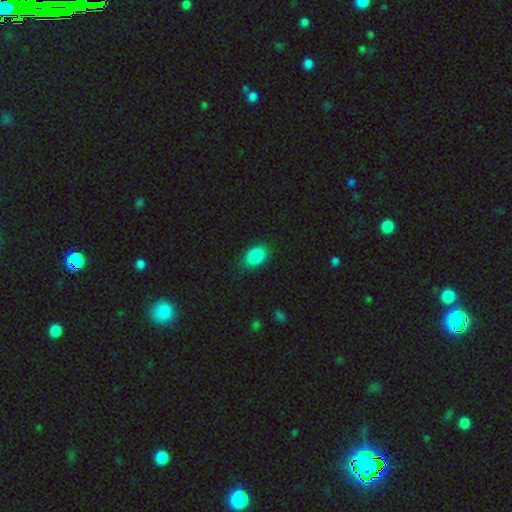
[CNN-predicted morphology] smooth 87%, star or artifact 8%, featured or disk 5%. Down the decision tree: how rounded — in between (82%); merging — none (79%).